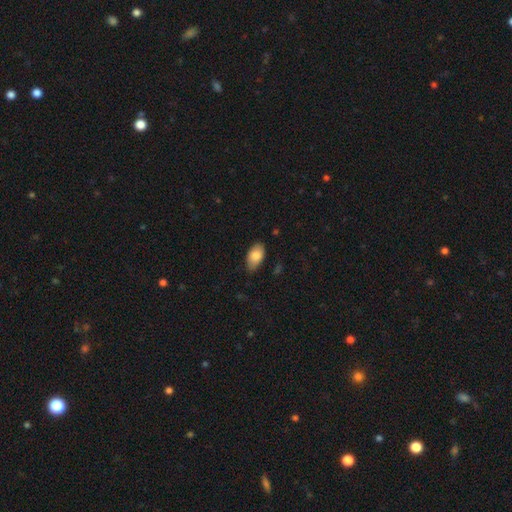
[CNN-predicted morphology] Smooth or featured? Predicted: smooth (p=0.83). How rounded? Predicted: in between (p=0.94). Merging? Predicted: none (p=0.75).